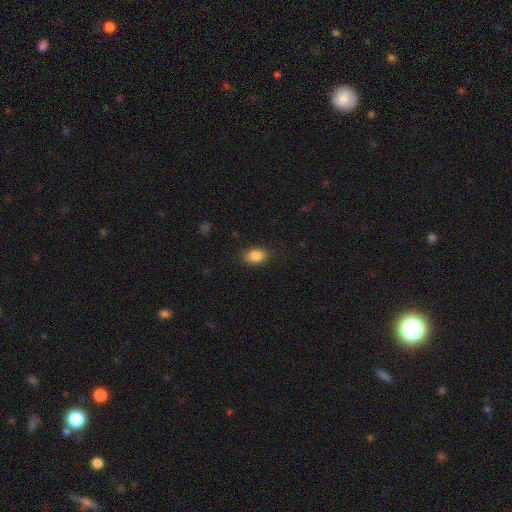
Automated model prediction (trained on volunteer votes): Smooth or featured: smooth — 86% (star or artifact — 8%)
How rounded: in between — 82% (round — 16%)
Merging: none — 86% (minor disturbance — 10%)